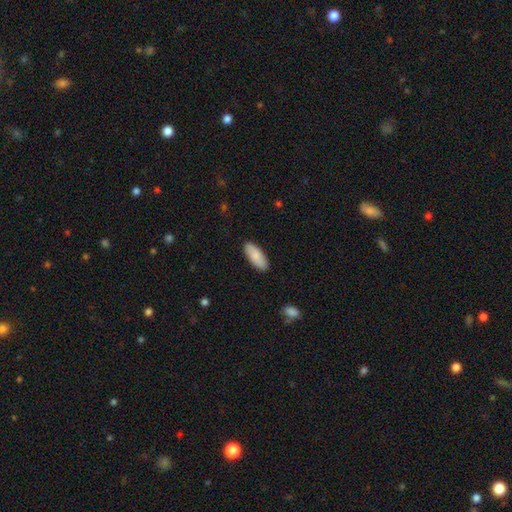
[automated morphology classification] Smooth or featured?
  - smooth: 86% *
  - featured or disk: 9%
  - star or artifact: 5%
How rounded?
  - in between: 78% *
  - cigar-shaped: 21%
  - round: 2%
Merging?
  - none: 89% *
  - minor disturbance: 8%
  - major disturbance: 2%
  - merger: 1%